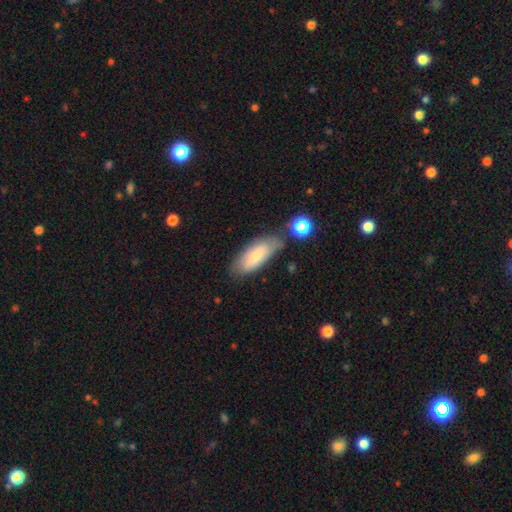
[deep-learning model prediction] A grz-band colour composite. It shows a smooth galaxy with no disk features (69%) that is in between round and cigar-shaped (79%). Merging: none (61%).